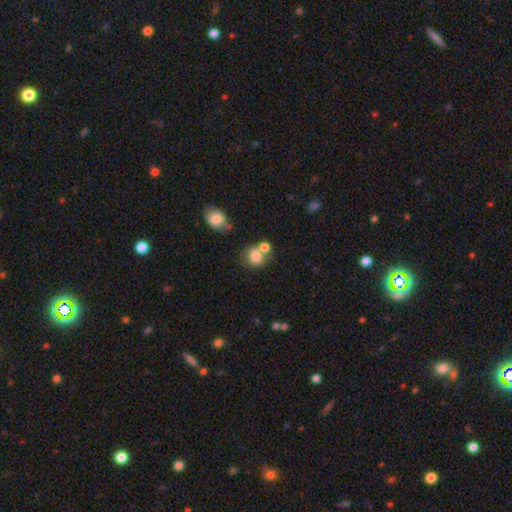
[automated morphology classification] The model was most divided on "merging": none: 44%, merger: 37%, minor disturbance: 13%, major disturbance: 6%. More confident: smooth or featured — smooth (77%); how rounded — round (64%).